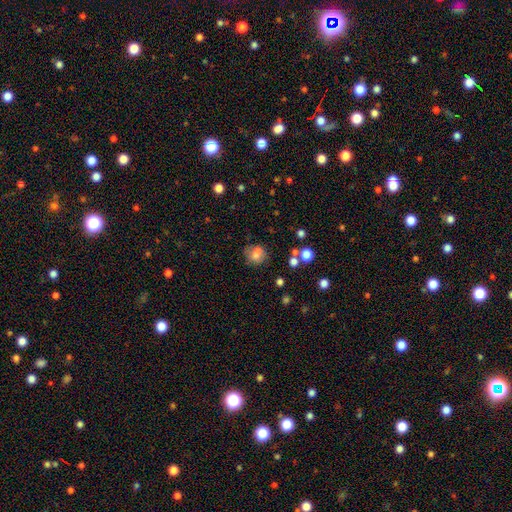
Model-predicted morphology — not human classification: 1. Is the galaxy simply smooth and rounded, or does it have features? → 69% smooth, 18% featured or disk, 13% star or artifact.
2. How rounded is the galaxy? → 64% round, 34% in between, 1% cigar-shaped.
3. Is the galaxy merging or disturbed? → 54% none, 23% merger, 16% minor disturbance, 7% major disturbance.